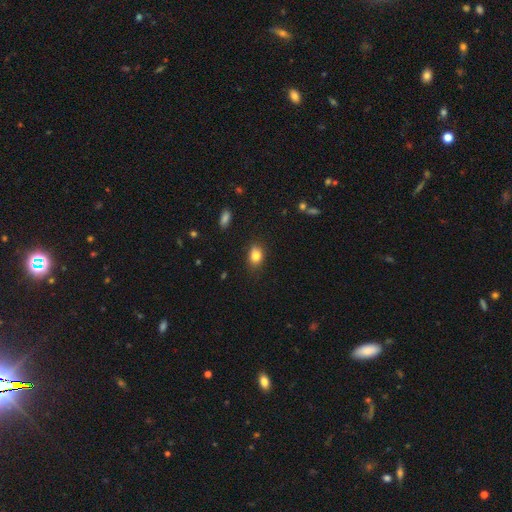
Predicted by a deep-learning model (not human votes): smooth-or-featured: smooth: 83% | star or artifact: 10% | featured or disk: 7%
  how-rounded: in between: 67% | round: 32% | cigar-shaped: 2%
  merging: none: 81% | minor disturbance: 15% | major disturbance: 3% | merger: 1%